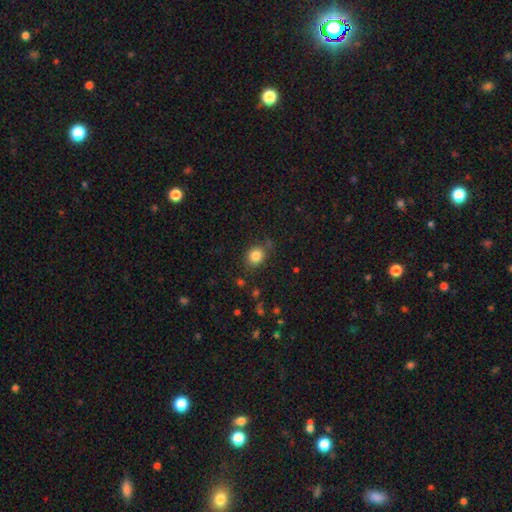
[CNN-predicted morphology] Smooth or featured? smooth (84%)
How rounded? round (66%)
Merging? none (79%)